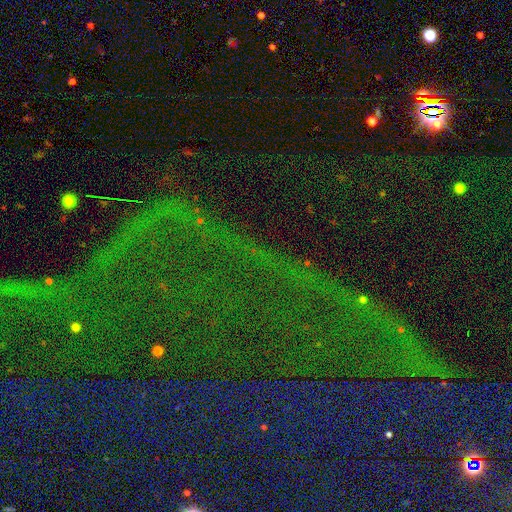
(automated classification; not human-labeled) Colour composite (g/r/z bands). It shows a star or artifact, not a galaxy (84%).